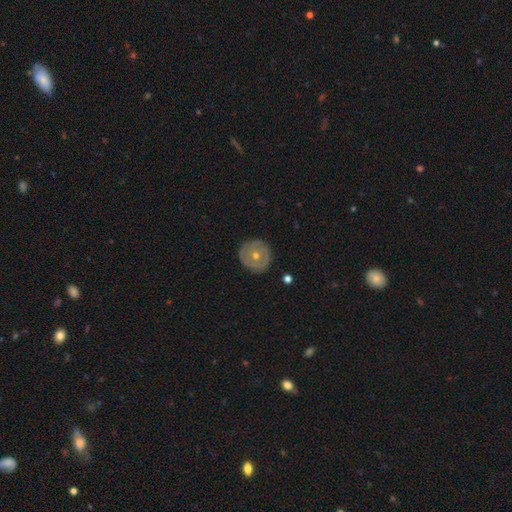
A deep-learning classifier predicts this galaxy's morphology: smooth_or_featured: featured or disk (p=0.49) [alt: smooth p=0.44]
merging: none (p=0.88) [alt: minor disturbance p=0.09]